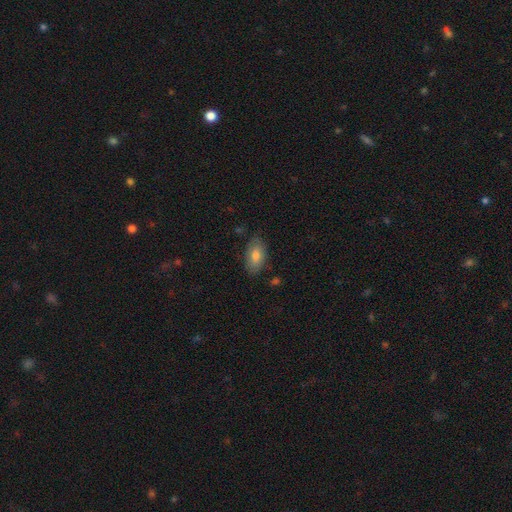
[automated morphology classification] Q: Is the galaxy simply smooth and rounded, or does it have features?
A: smooth — 77%.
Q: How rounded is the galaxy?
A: in between — 92%.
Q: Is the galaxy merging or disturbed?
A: none — 81%.